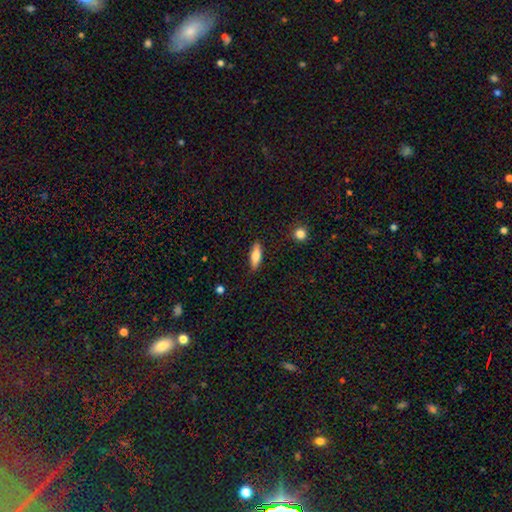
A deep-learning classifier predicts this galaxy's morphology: This is likely a smooth galaxy (77%). How rounded: possibly in between (53%). Merging: clearly none (88%).